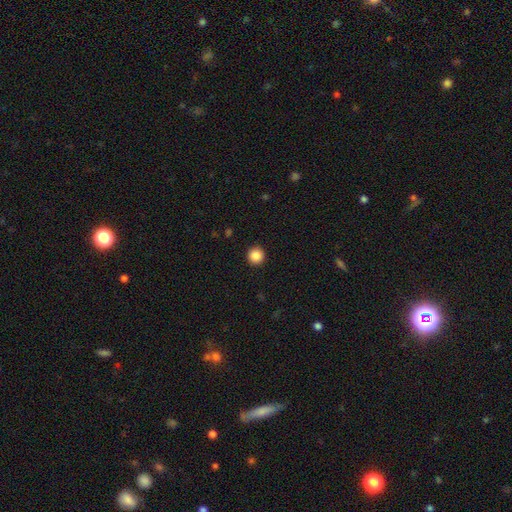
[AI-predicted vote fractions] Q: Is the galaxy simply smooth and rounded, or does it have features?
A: smooth — 87%.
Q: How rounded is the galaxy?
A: round — 95%.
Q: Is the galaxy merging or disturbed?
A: none — 93%.